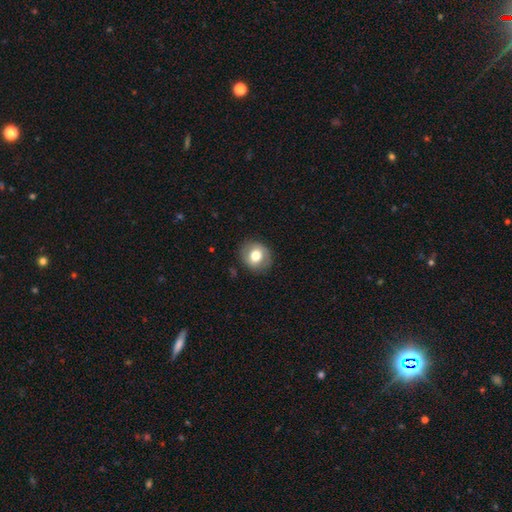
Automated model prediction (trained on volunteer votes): A smooth galaxy with no disk features (69%) that is round (78%).

Vote fractions:
- Smooth or featured? smooth: 69% / featured or disk: 22% / star or artifact: 8%
- How rounded? round: 78% / in between: 21% / cigar-shaped: 1%
- Merging? none: 86% / minor disturbance: 10% / major disturbance: 3% / merger: 1%